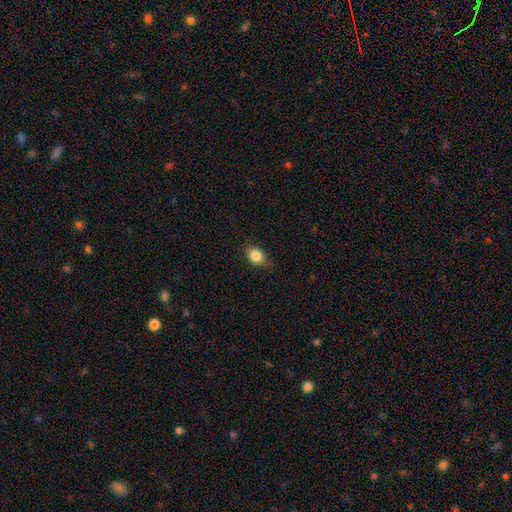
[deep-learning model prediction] smooth 85%, star or artifact 8%, featured or disk 7%. Down the decision tree: how rounded — in between (74%); merging — none (81%).